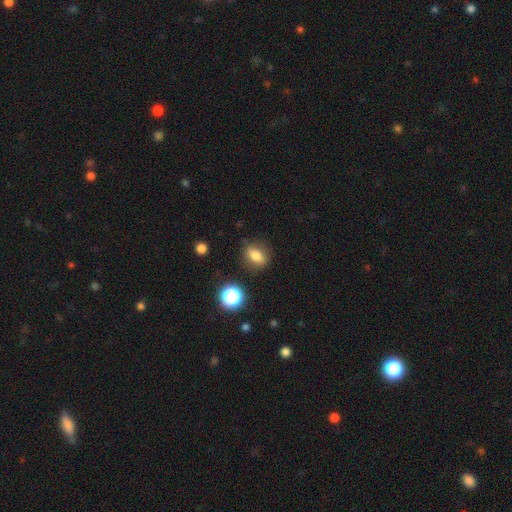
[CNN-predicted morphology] smooth-or-featured: smooth: 77% | star or artifact: 12% | featured or disk: 11%
  how-rounded: in between: 67% | round: 28% | cigar-shaped: 5%
  merging: none: 82% | minor disturbance: 12% | major disturbance: 4% | merger: 2%